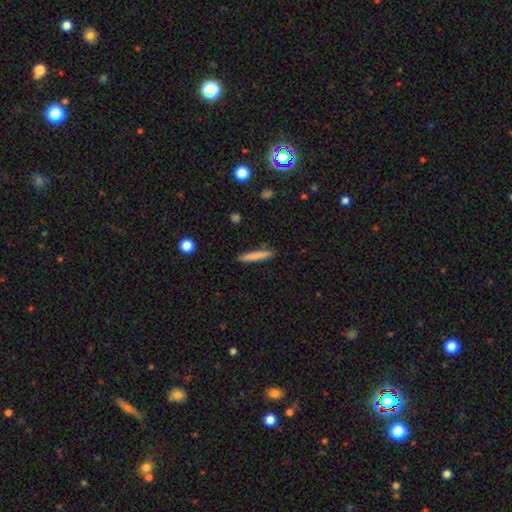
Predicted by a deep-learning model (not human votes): Morphology: type=smooth (79%); roundness=cigar-shaped (94%); merging=none (90%).